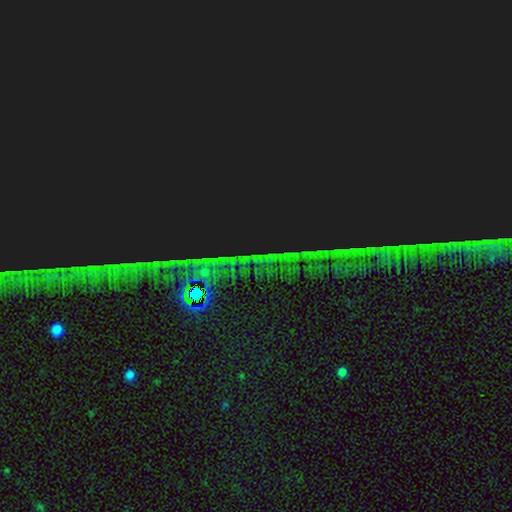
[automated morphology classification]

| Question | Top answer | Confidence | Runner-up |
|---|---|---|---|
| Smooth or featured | star or artifact | 88% | featured or disk (7%) |